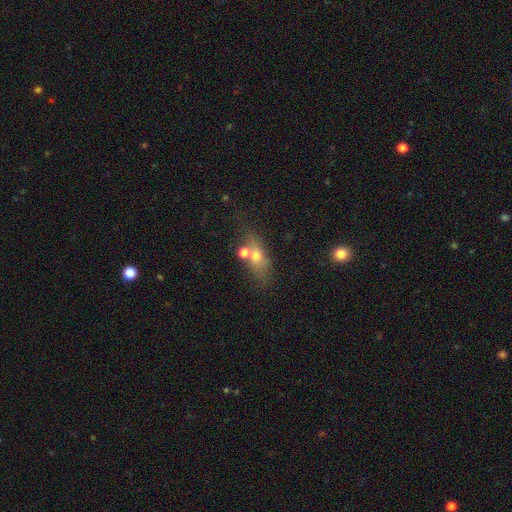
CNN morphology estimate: smooth-or-featured: smooth: 59% | featured or disk: 29% | star or artifact: 12%
  how-rounded: in between: 61% | round: 23% | cigar-shaped: 16%
  merging: none: 40% | merger: 36% | minor disturbance: 14% | major disturbance: 10%